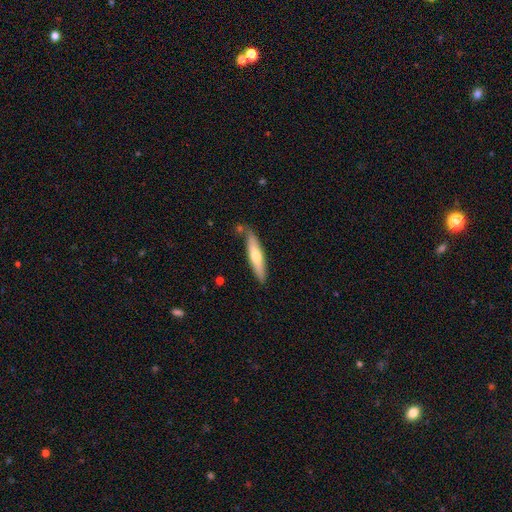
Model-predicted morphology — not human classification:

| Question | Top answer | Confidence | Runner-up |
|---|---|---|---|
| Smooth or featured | smooth | 55% | featured or disk (40%) |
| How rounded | cigar-shaped | 84% | in between (14%) |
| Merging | none | 78% | minor disturbance (15%) |